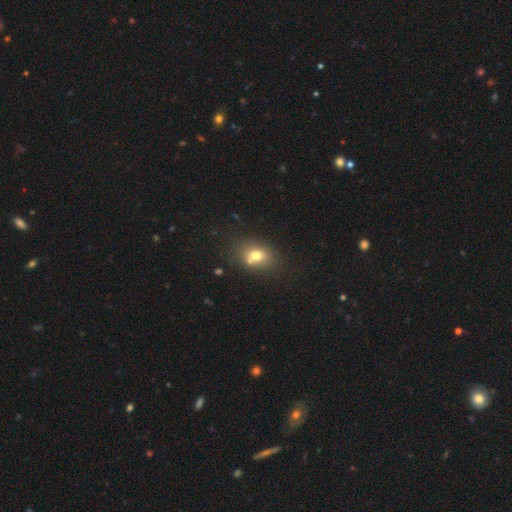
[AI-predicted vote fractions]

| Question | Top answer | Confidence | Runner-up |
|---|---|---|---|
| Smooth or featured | smooth | 71% | featured or disk (16%) |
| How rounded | in between | 54% | round (44%) |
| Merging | none | 62% | merger (19%) |